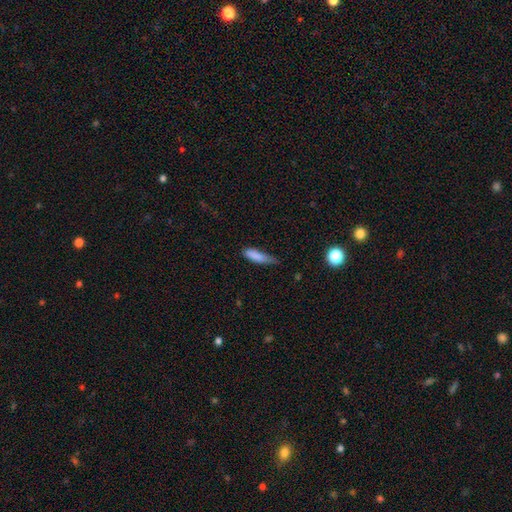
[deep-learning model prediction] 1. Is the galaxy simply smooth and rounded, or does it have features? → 83% smooth, 9% featured or disk, 7% star or artifact.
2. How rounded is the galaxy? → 63% cigar-shaped, 35% in between, 2% round.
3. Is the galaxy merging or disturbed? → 46% minor disturbance, 38% none, 13% major disturbance, 3% merger.